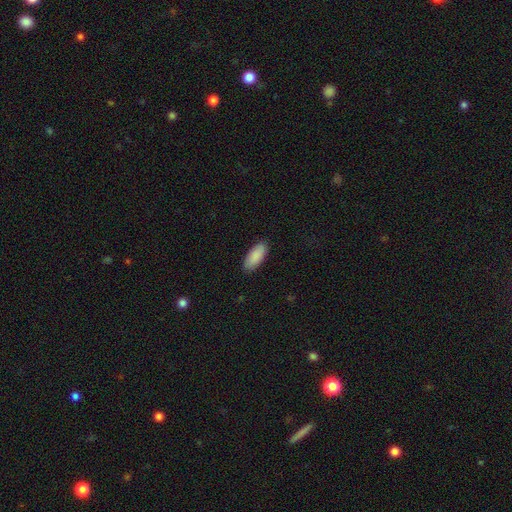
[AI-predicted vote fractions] smooth 90%, star or artifact 5%, featured or disk 5%. Down the decision tree: how rounded — in between (85%); merging — none (88%).